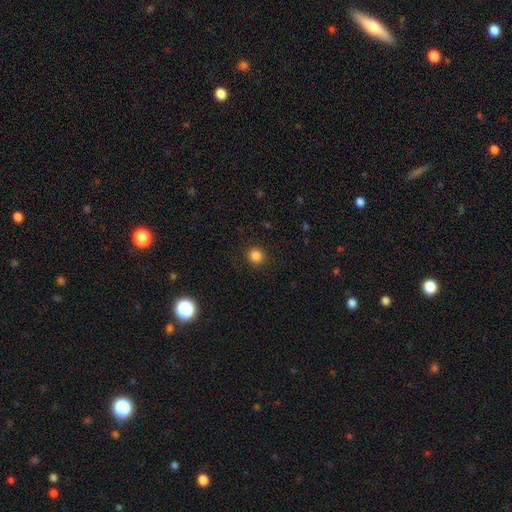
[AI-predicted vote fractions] smooth_or_featured: smooth (p=0.85) [alt: star or artifact p=0.12]
how_rounded: round (p=0.94) [alt: in between p=0.05]
merging: none (p=0.91) [alt: minor disturbance p=0.06]